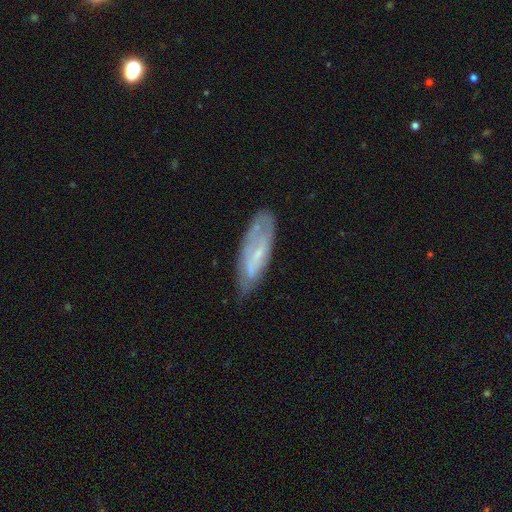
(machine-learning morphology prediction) featured or disk 53%, smooth 40%, star or artifact 7%. Down the decision tree: edge-on disk — no (76%); merging — none (63%).